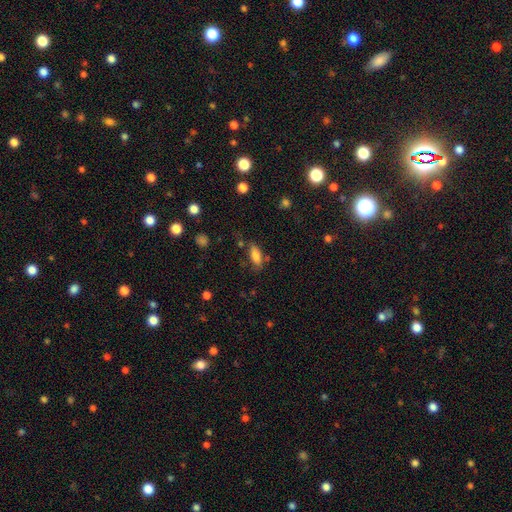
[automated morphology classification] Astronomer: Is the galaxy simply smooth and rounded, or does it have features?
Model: smooth — 81%.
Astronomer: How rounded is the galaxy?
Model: in between — 78%.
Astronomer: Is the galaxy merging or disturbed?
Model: none — 66%.